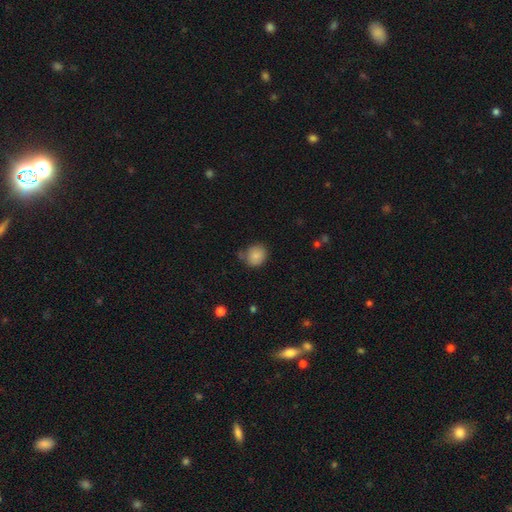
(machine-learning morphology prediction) Overall: smooth (84%). How rounded: round (75%). Merging: none (69%).